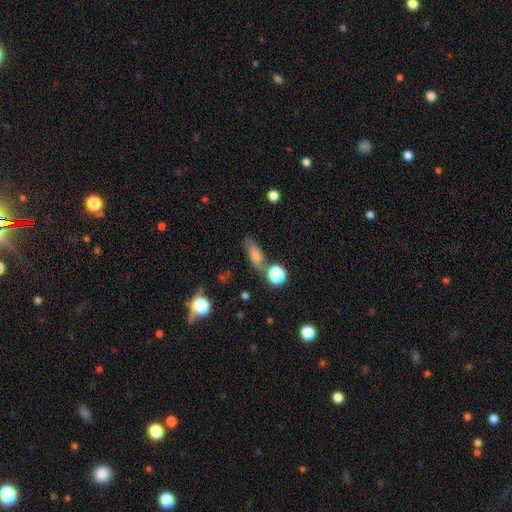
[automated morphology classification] Overall: smooth (64%). How rounded: in between (57%; cigar-shaped 31%). Merging: none (60%; minor disturbance 20%).